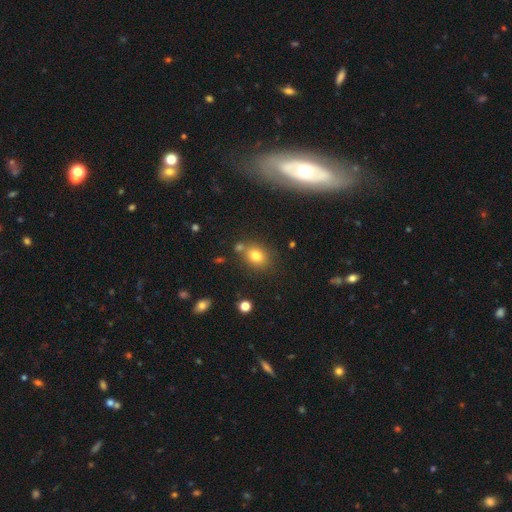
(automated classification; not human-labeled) Morphology: type=smooth (78%); roundness=round (51%); merging=none (69%).